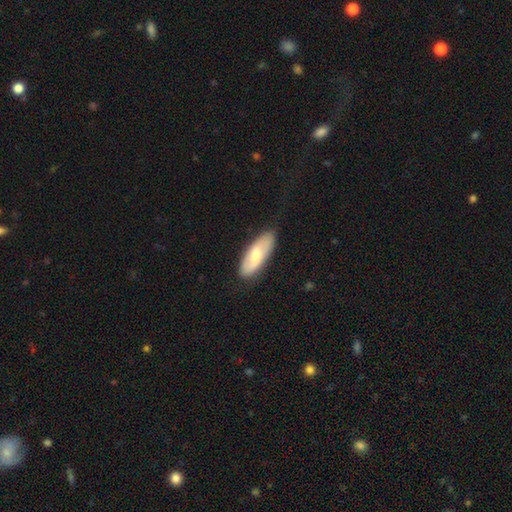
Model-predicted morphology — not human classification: Smooth or featured: smooth — 57% (featured or disk — 38%)
How rounded: in between — 74% (cigar-shaped — 24%)
Merging: none — 82% (minor disturbance — 14%)